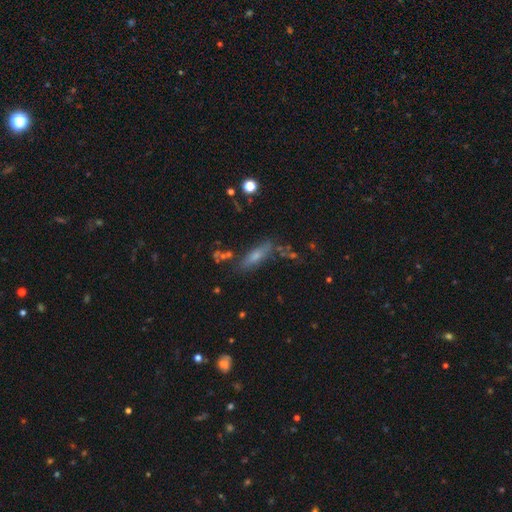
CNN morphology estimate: Q: Smooth or featured?
A: smooth (45%); runner-up: featured or disk (38%)
Q: Merging?
A: none (57%); runner-up: minor disturbance (20%)